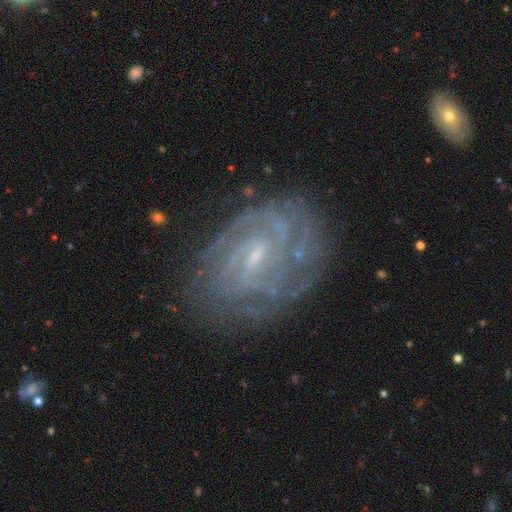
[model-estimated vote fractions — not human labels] Smooth or featured: featured or disk — 86% (star or artifact — 7%)
Edge-on disk: no — 97% (yes — 3%)
Bar: weak — 56% (no — 22%)
Spiral arms: yes — 96% (no — 4%)
Spiral winding: tight — 73% (medium — 23%)
Spiral arm count: can't tell — 33% (2 — 25%)
Bulge size: small — 72% (moderate — 18%)
Merging: none — 78% (minor disturbance — 15%)